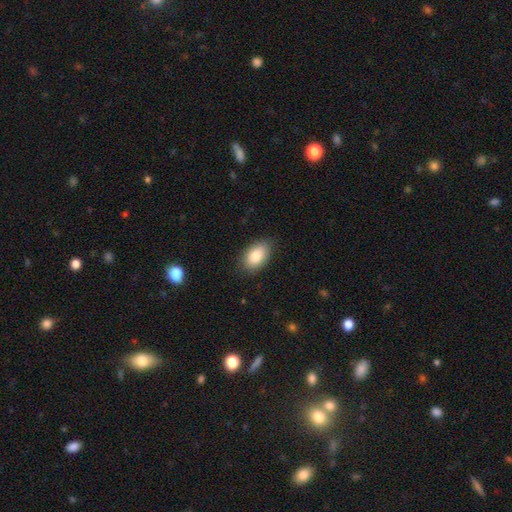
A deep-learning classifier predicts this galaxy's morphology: smooth-or-featured: smooth: 84% | featured or disk: 9% | star or artifact: 7%
  how-rounded: in between: 91% | round: 7% | cigar-shaped: 2%
  merging: none: 85% | minor disturbance: 12% | major disturbance: 2% | merger: 1%